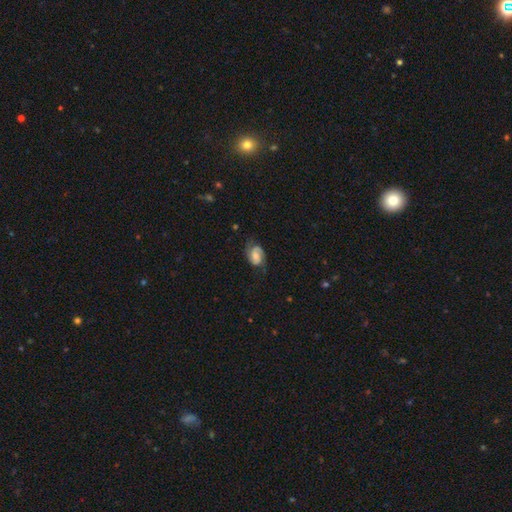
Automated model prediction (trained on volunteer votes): featured or disk 66%, smooth 27%, star or artifact 8%. Down the decision tree: edge-on disk — no (97%); bar — no (51%); spiral arms — yes (93%); spiral arm count — 2 (83%); spiral winding — medium (45%); bulge size — moderate (39%); merging — none (65%).